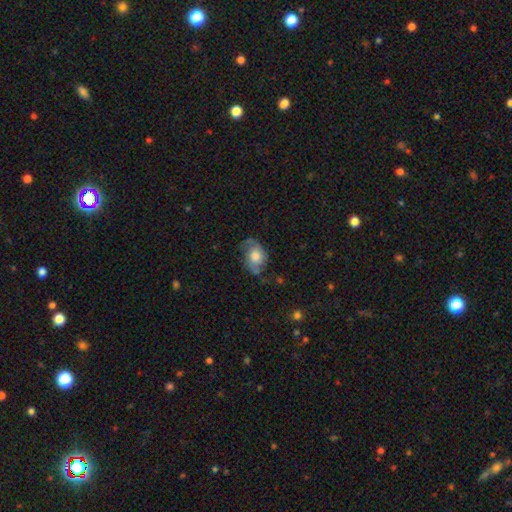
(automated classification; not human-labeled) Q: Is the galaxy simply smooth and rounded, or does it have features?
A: featured or disk — 46%.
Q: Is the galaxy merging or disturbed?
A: none — 52%.